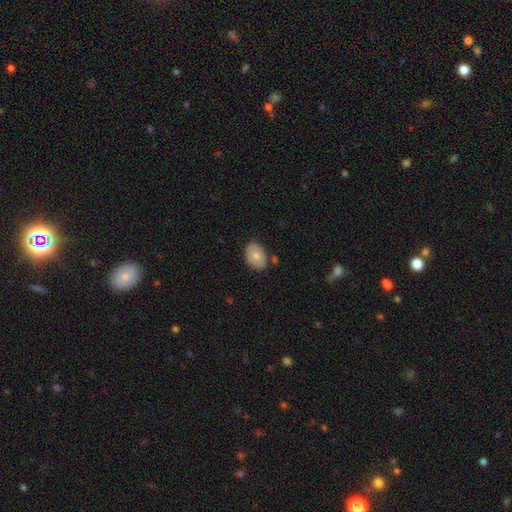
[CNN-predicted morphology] Overall: smooth (73%). How rounded: in between (81%). Merging: none (77%).